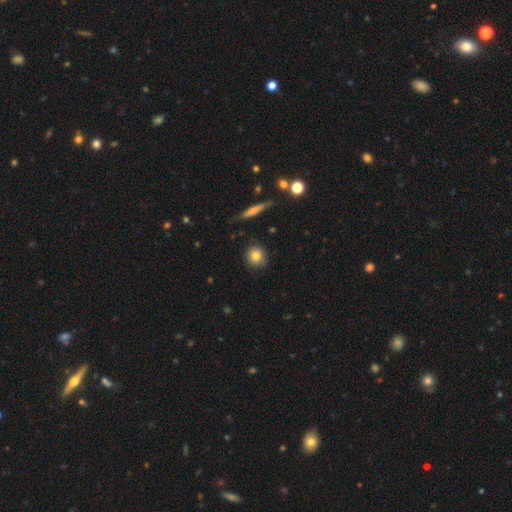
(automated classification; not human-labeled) This appears to be a smooth galaxy with no disk features (81%) that is round (85%). Merging: none (85%).